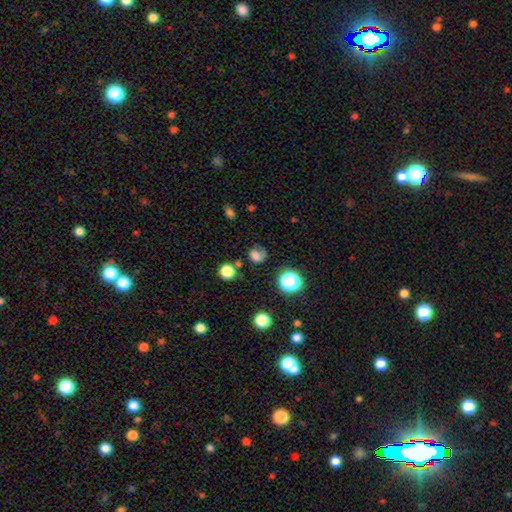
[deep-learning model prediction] A smooth galaxy with no disk features (70%) that is round (66%).

Vote fractions:
- Smooth or featured? smooth: 70% / star or artifact: 19% / featured or disk: 11%
- How rounded? round: 66% / in between: 32% / cigar-shaped: 1%
- Merging? none: 58% / minor disturbance: 23% / major disturbance: 12% / merger: 7%